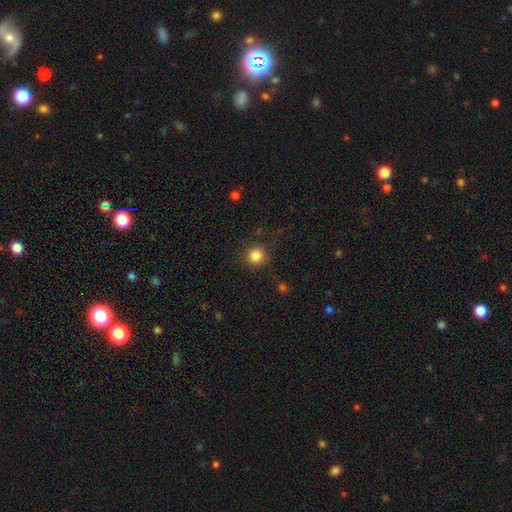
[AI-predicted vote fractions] smooth_or_featured: smooth (p=0.85) [alt: star or artifact p=0.11]
how_rounded: round (p=0.94) [alt: in between p=0.05]
merging: none (p=0.88) [alt: minor disturbance p=0.07]